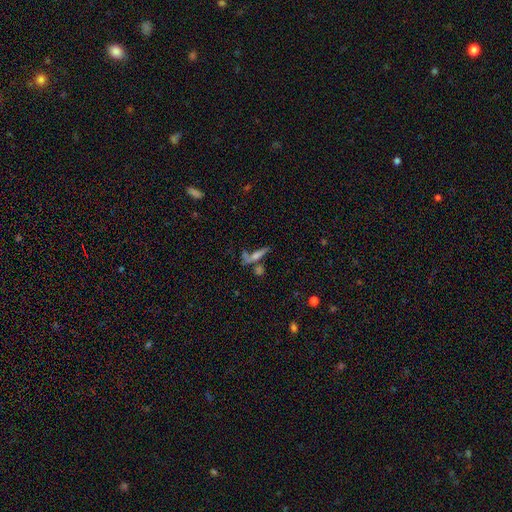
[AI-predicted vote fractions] smooth 49%, featured or disk 38%, star or artifact 13%. Down the decision tree: merging — none (47%).